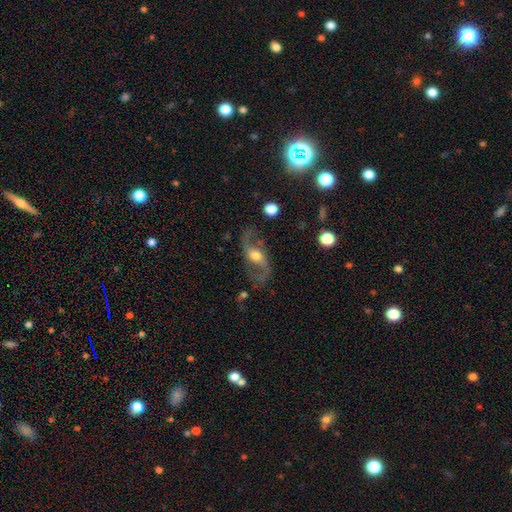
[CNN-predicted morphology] Overall: featured or disk (84%). Edge-on disk: no (94%). Bar: no (43%; weak 39%). Spiral arms: yes (94%). Spiral arm count: 2 (93%). Spiral winding: loose (72%). Bulge size: moderate (66%). Merging: none (71%).